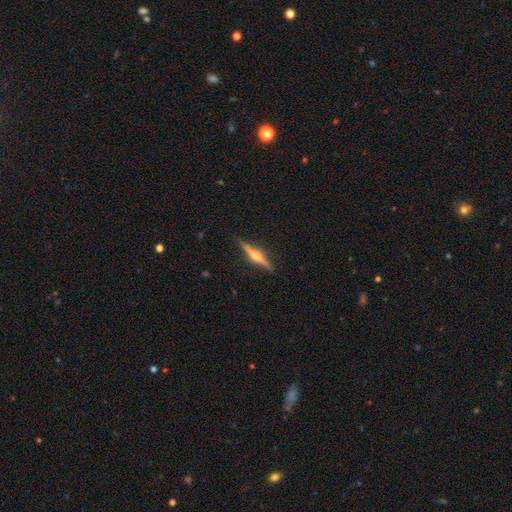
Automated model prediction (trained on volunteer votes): Morphology: type=featured or disk (73%); edge-on=yes (97%); edge-on bulge=rounded (87%); merging=none (87%).